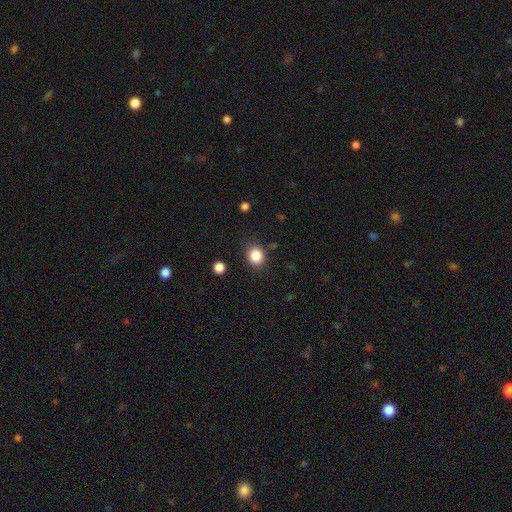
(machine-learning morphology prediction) A smooth galaxy with no disk features (86%) that is round (68%). Merging: none (83%).